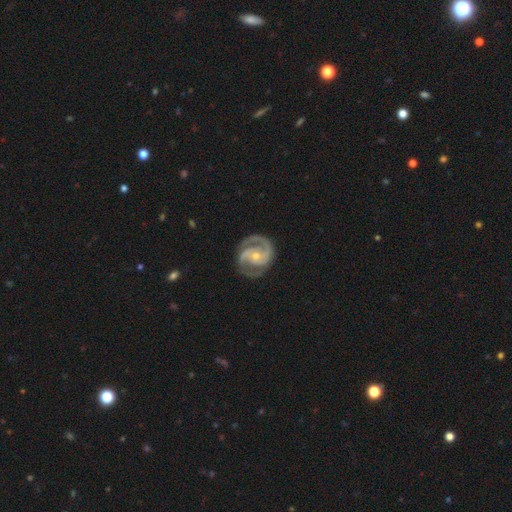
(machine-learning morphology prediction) Smooth or featured? Predicted: featured or disk (p=0.92). Edge-on disk? Predicted: no (p=0.98). Bar? Predicted: no (p=0.52). Spiral arms? Predicted: yes (p=0.98). Spiral winding? Predicted: medium (p=0.49). Spiral arm count? Predicted: 2 (p=0.85). Bulge size? Predicted: small (p=0.56). Merging? Predicted: none (p=0.79).